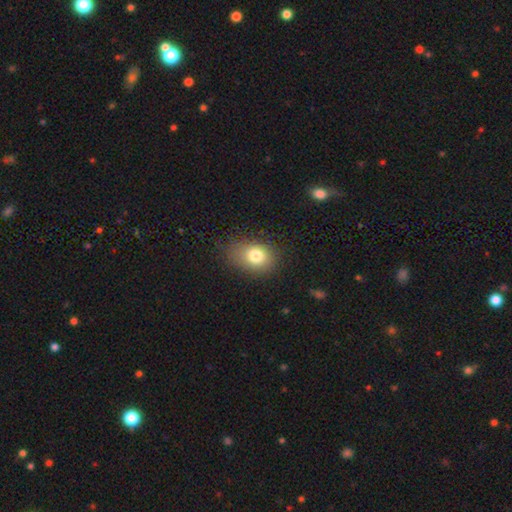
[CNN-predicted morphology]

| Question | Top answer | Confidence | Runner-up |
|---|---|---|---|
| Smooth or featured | smooth | 78% | star or artifact (11%) |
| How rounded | in between | 60% | round (39%) |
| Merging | none | 74% | minor disturbance (18%) |